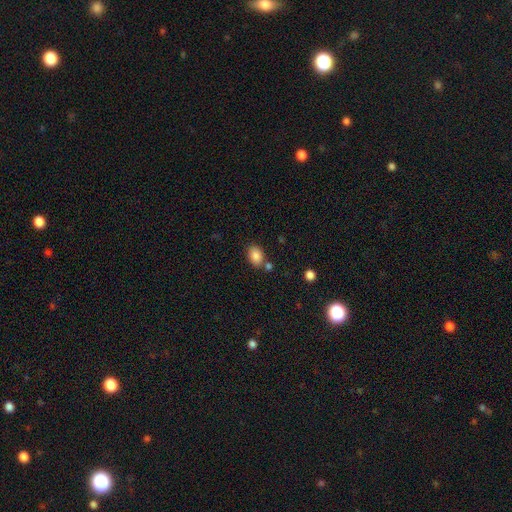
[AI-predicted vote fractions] A smooth galaxy with no disk features (85%) that is in between round and cigar-shaped (81%).

Vote fractions:
- Smooth or featured? smooth: 85% / star or artifact: 9% / featured or disk: 6%
- How rounded? in between: 81% / round: 18% / cigar-shaped: 1%
- Merging? none: 73% / minor disturbance: 12% / merger: 12% / major disturbance: 3%